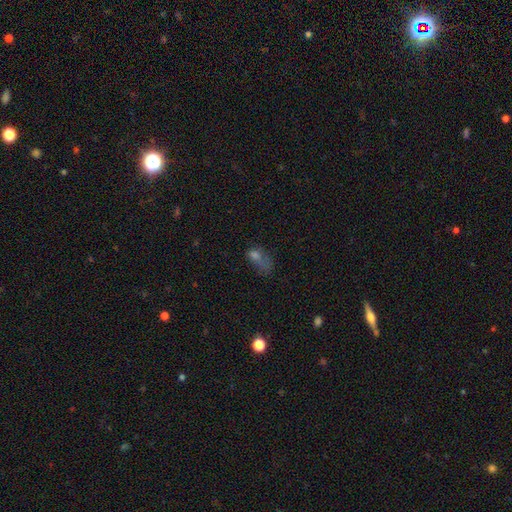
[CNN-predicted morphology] Smooth or featured?
  - smooth: 57% *
  - star or artifact: 22%
  - featured or disk: 21%
How rounded?
  - in between: 74% *
  - round: 20%
  - cigar-shaped: 7%
Merging?
  - major disturbance: 41% *
  - none: 28%
  - minor disturbance: 22%
  - merger: 9%